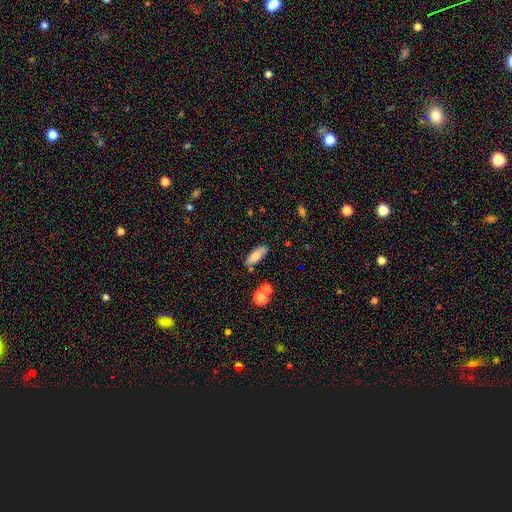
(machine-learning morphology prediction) A smooth galaxy with no disk features (77%) that is in between round and cigar-shaped (67%).

Vote fractions:
- Smooth or featured? smooth: 77% / featured or disk: 14% / star or artifact: 9%
- How rounded? in between: 67% / cigar-shaped: 30% / round: 3%
- Merging? none: 74% / minor disturbance: 16% / merger: 6% / major disturbance: 4%